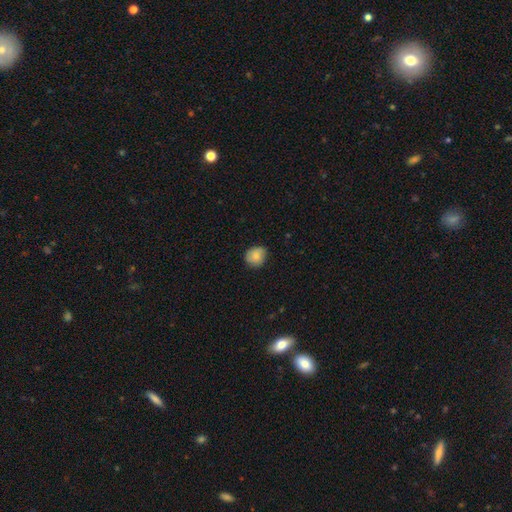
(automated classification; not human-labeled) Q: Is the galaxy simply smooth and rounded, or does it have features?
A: smooth — 81%.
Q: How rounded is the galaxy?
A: round — 77%.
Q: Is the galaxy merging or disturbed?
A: none — 79%.